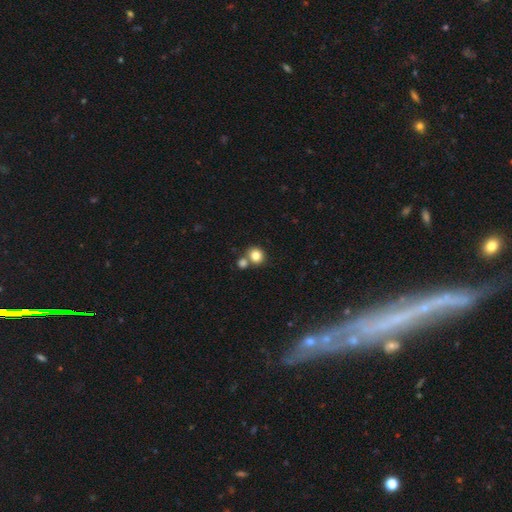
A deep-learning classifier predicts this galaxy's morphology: smooth_or_featured: smooth (p=0.83) [alt: star or artifact p=0.10]
how_rounded: round (p=0.82) [alt: in between p=0.17]
merging: none (p=0.58) [alt: merger p=0.31]